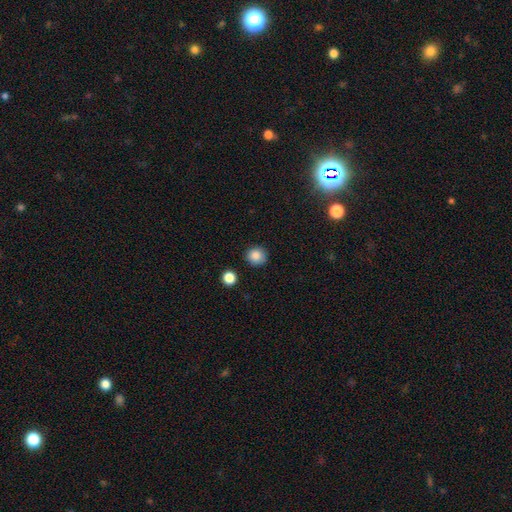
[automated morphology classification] Smooth or featured? smooth (86%)
How rounded? round (90%)
Merging? none (87%)